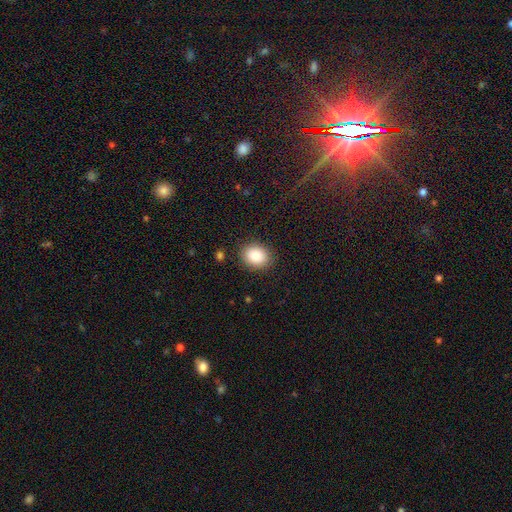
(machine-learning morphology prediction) A smooth galaxy with no disk features (87%) that is round (55%).

Vote fractions:
- Smooth or featured? smooth: 87% / star or artifact: 8% / featured or disk: 5%
- How rounded? round: 55% / in between: 44% / cigar-shaped: 1%
- Merging? none: 88% / minor disturbance: 8% / major disturbance: 3% / merger: 1%